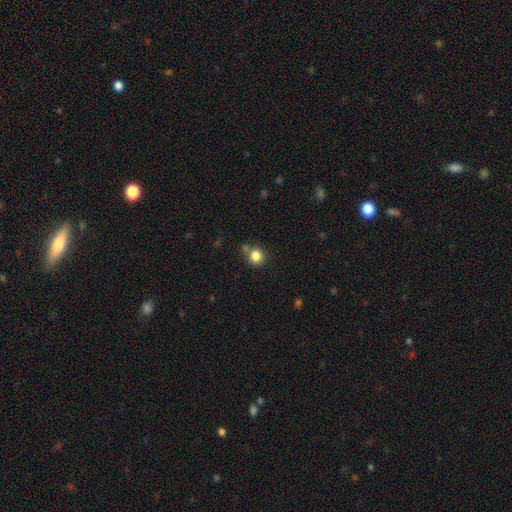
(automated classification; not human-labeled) smooth-or-featured: smooth: 84% | star or artifact: 11% | featured or disk: 5%
  how-rounded: round: 77% | in between: 22% | cigar-shaped: 1%
  merging: none: 67% | merger: 15% | minor disturbance: 14% | major disturbance: 5%